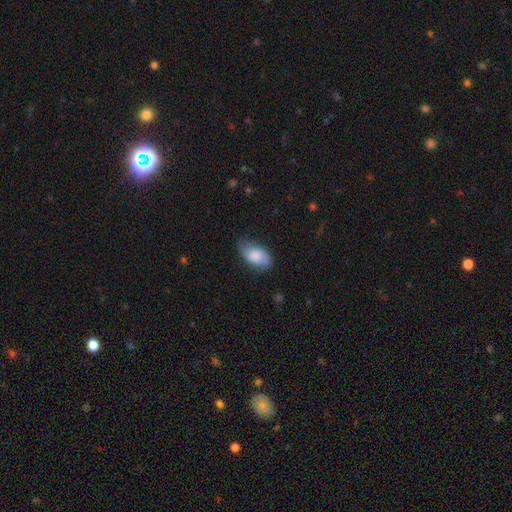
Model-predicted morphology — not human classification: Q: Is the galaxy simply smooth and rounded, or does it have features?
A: smooth — 73%.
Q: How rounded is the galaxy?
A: in between — 93%.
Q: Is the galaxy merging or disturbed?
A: none — 58%.